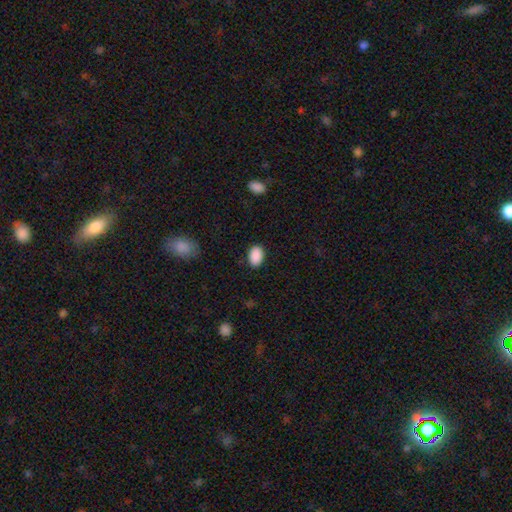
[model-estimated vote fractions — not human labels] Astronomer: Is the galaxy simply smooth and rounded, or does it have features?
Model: smooth — 90%.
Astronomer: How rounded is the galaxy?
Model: in between — 88%.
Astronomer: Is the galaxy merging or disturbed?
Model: none — 87%.